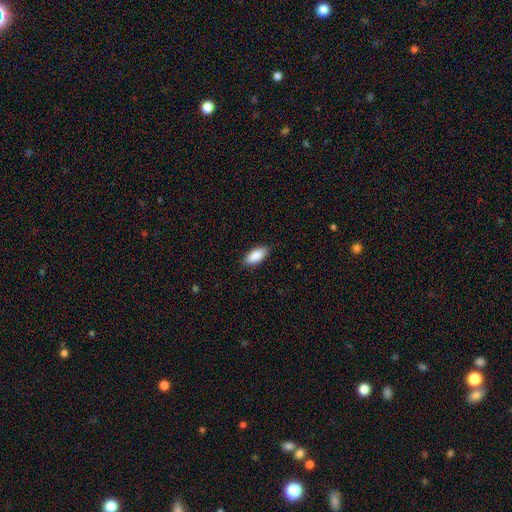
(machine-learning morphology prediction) smooth 89%, star or artifact 6%, featured or disk 5%. Down the decision tree: how rounded — in between (88%); merging — none (87%).